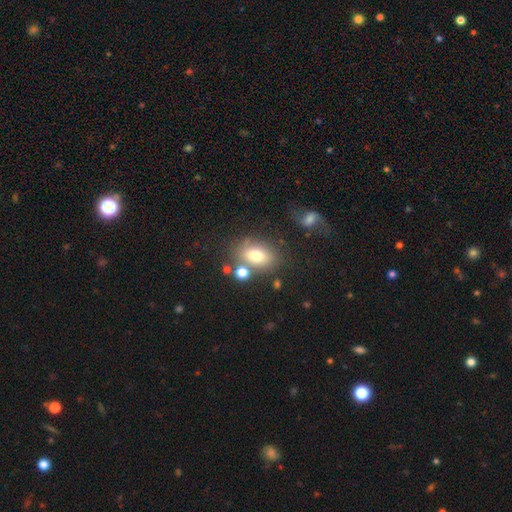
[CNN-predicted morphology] This appears to be a smooth galaxy with no disk features (74%) that is in between round and cigar-shaped (77%). Merging: none (62%).